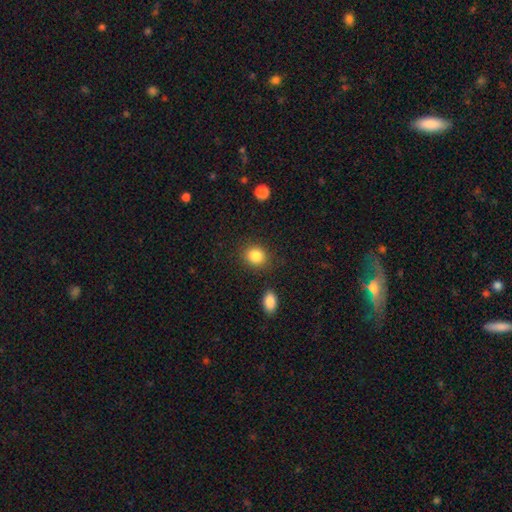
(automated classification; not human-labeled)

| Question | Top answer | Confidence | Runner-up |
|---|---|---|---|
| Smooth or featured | smooth | 86% | star or artifact (9%) |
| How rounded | round | 74% | in between (25%) |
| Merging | none | 85% | minor disturbance (9%) |